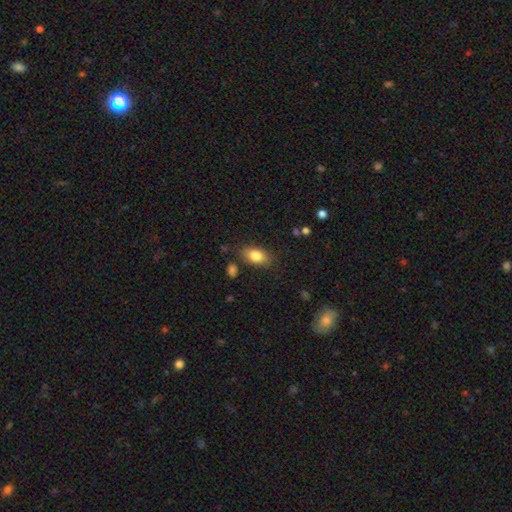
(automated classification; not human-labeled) Morphology: type=smooth (83%); roundness=in between (89%); merging=none (80%).